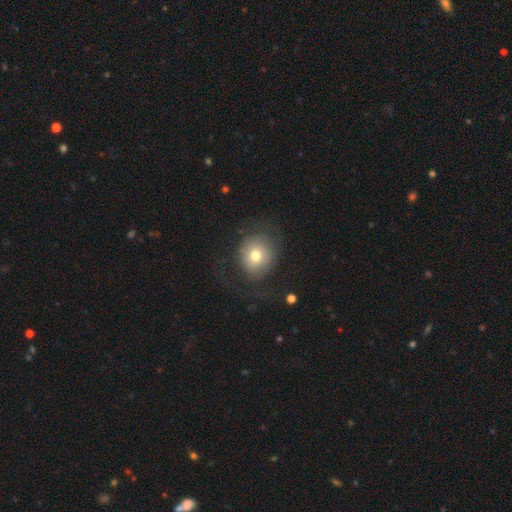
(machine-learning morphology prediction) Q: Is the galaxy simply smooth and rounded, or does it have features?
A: smooth — 69%.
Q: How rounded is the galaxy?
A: round — 77%.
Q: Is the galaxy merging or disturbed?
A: none — 61%.